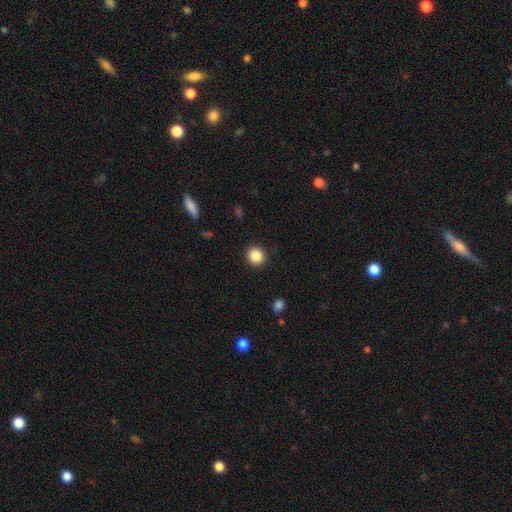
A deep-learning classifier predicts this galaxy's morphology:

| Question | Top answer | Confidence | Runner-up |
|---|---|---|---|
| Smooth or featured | smooth | 87% | star or artifact (9%) |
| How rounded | round | 85% | in between (14%) |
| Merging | none | 90% | minor disturbance (6%) |